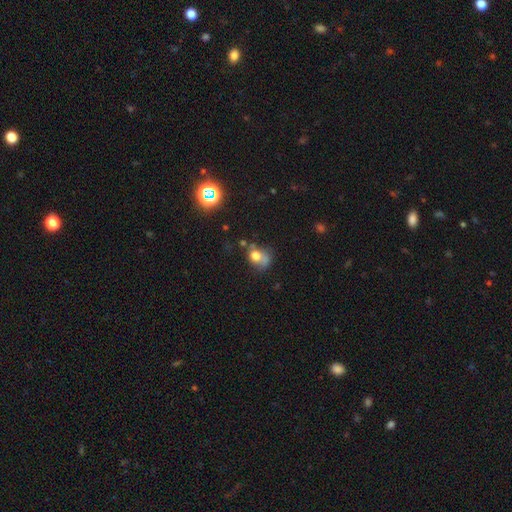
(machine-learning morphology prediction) Smooth or featured: smooth — 67% (featured or disk — 18%)
How rounded: round — 59% (in between — 39%)
Merging: none — 32% (merger — 26%)